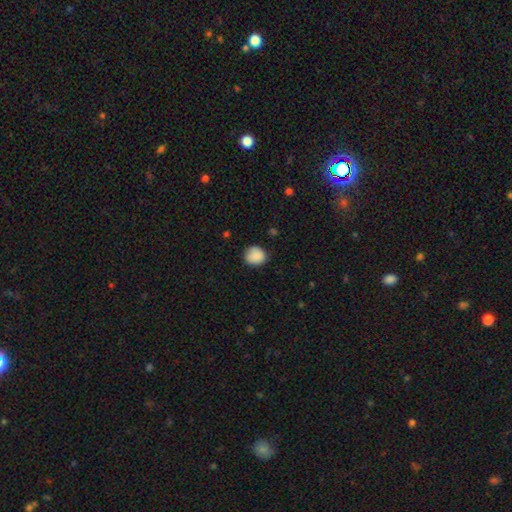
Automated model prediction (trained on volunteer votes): Smooth or featured? Predicted: smooth (p=0.88). How rounded? Predicted: round (p=0.79). Merging? Predicted: none (p=0.81).